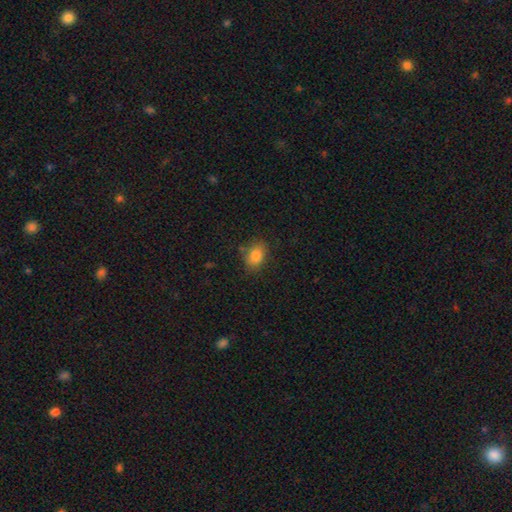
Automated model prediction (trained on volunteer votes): Smooth or featured?
  - smooth: 84% *
  - star or artifact: 9%
  - featured or disk: 7%
How rounded?
  - in between: 67% *
  - round: 32%
  - cigar-shaped: 1%
Merging?
  - none: 78% *
  - minor disturbance: 15%
  - major disturbance: 4%
  - merger: 2%